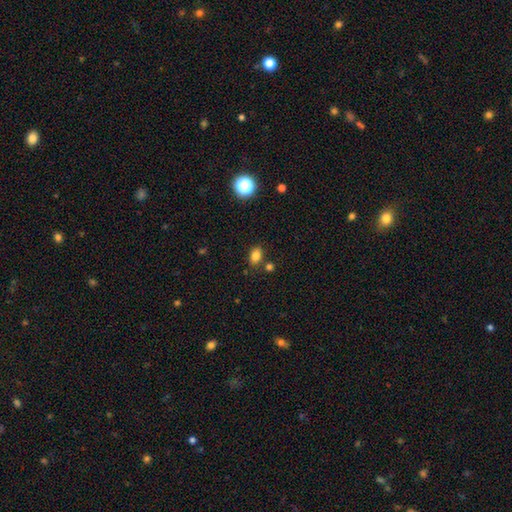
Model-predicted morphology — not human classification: This appears to be a smooth galaxy with no disk features (81%) that is in between round and cigar-shaped (77%). Merging: none (77%).